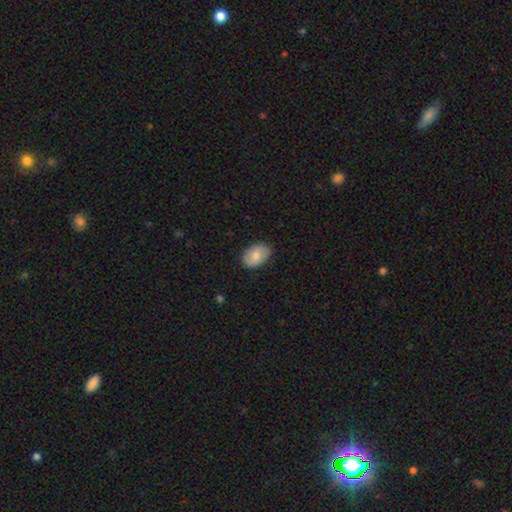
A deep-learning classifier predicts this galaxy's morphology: A smooth galaxy with no disk features (75%) that is in between round and cigar-shaped (86%). Merging: none (81%).